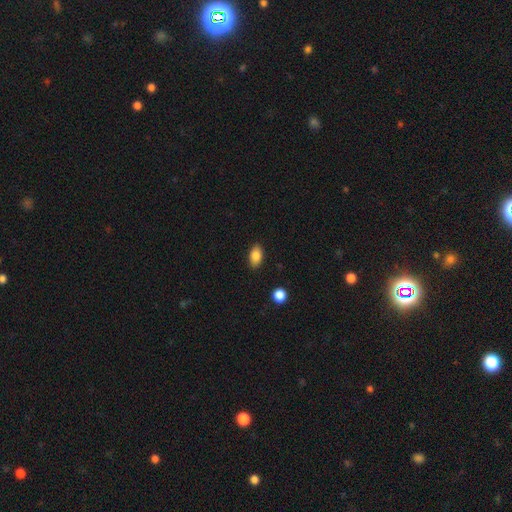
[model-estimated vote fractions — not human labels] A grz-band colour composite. It shows a smooth galaxy with no disk features (85%) that is in between round and cigar-shaped (91%). Merging: none (88%).